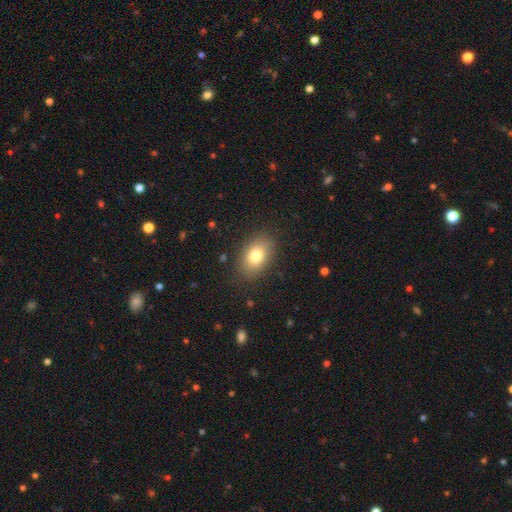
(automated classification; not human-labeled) Overall: smooth (78%). How rounded: in between (85%). Merging: none (85%).